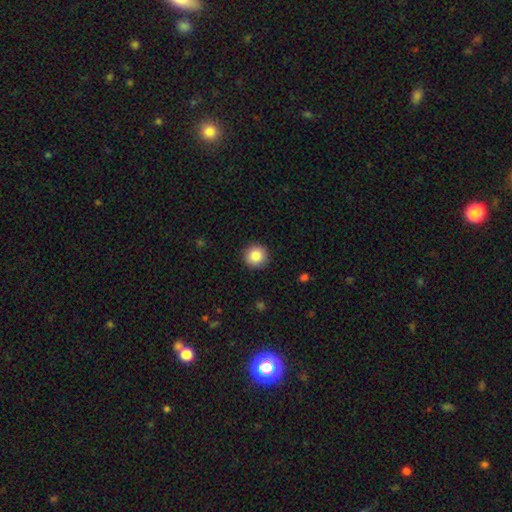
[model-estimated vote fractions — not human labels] Smooth or featured?
  - smooth: 86% *
  - star or artifact: 9%
  - featured or disk: 5%
How rounded?
  - round: 95% *
  - in between: 4%
  - cigar-shaped: 1%
Merging?
  - none: 92% *
  - minor disturbance: 5%
  - major disturbance: 2%
  - merger: 1%